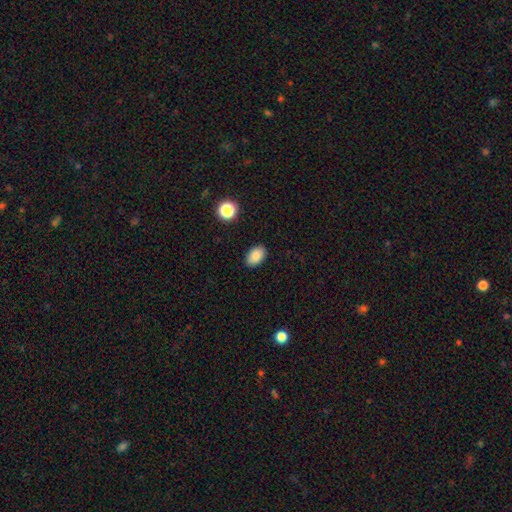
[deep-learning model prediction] Smooth or featured? smooth (87%)
How rounded? in between (89%)
Merging? none (89%)